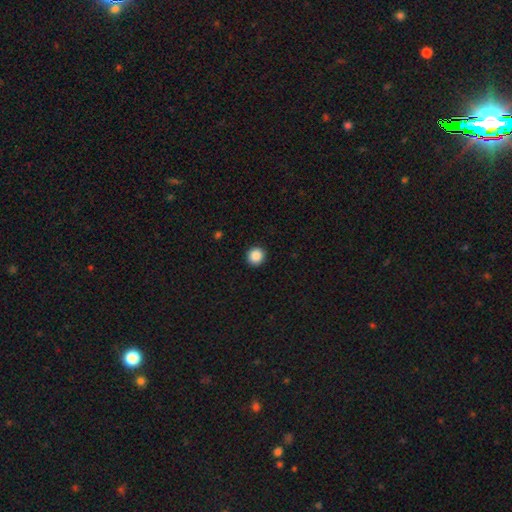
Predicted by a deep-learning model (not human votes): Overall: smooth (88%). How rounded: round (92%). Merging: none (93%).